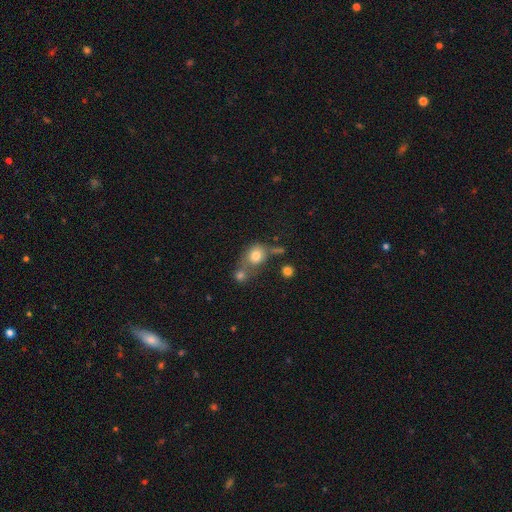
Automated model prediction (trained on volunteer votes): A smooth galaxy with no disk features (77%) that is round (67%). Merging: merger (41%).